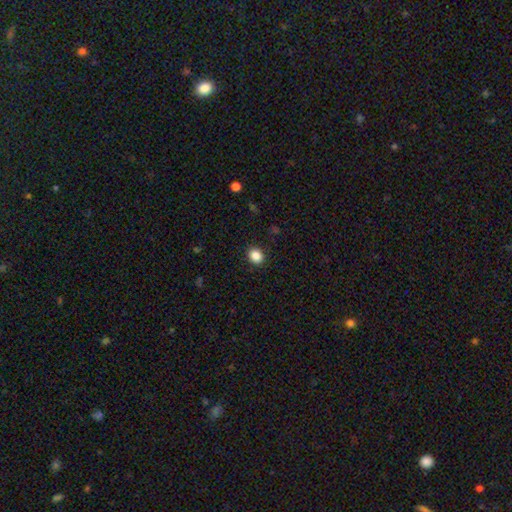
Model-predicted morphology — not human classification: The model was most divided on "how rounded": round: 63%, in between: 36%, cigar-shaped: 1%. More confident: merging — none (90%); smooth or featured — smooth (87%).